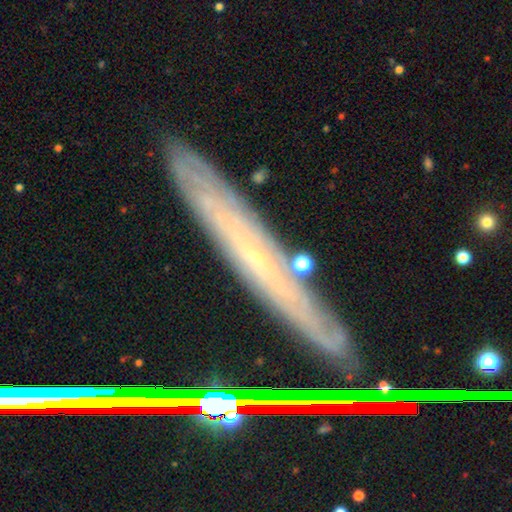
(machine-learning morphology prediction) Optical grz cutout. It shows a featured or disk galaxy (59%) viewed edge-on (82%). Merging: none (84%).